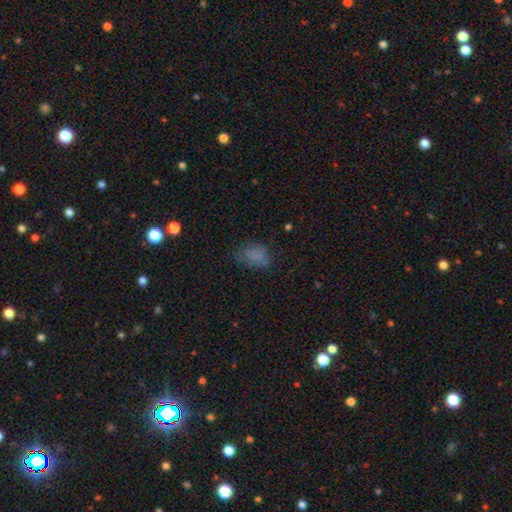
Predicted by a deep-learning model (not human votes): Q: Smooth or featured?
A: smooth (74%); runner-up: star or artifact (15%)
Q: How rounded?
A: in between (80%); runner-up: round (18%)
Q: Merging?
A: none (56%); runner-up: minor disturbance (27%)